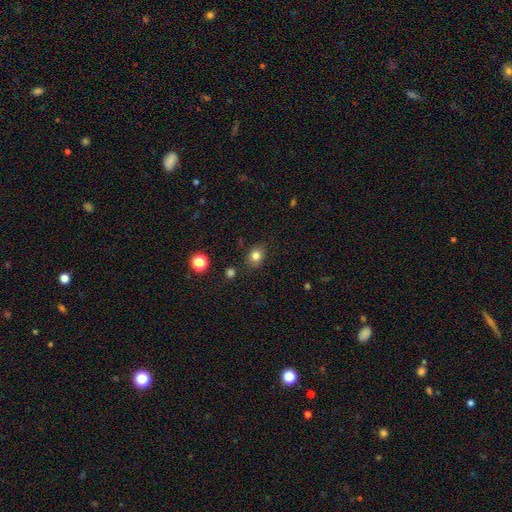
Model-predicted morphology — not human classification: Smooth or featured?
  - smooth: 81% *
  - star or artifact: 12%
  - featured or disk: 7%
How rounded?
  - round: 52% *
  - in between: 47%
  - cigar-shaped: 1%
Merging?
  - none: 81% *
  - minor disturbance: 13%
  - major disturbance: 3%
  - merger: 3%